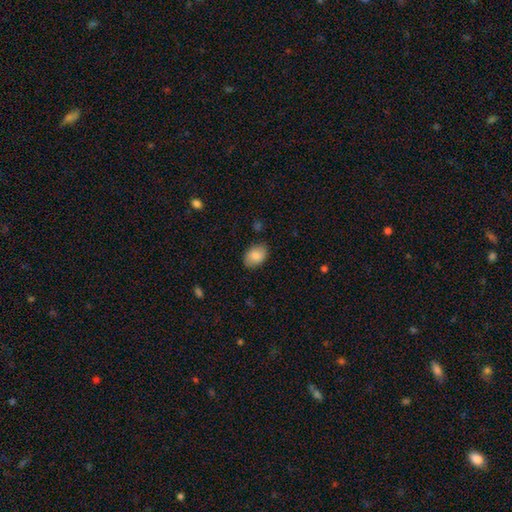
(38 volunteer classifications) A smooth galaxy with no disk features (87%) that is in between round and cigar-shaped (88%). Merging: none (89%).